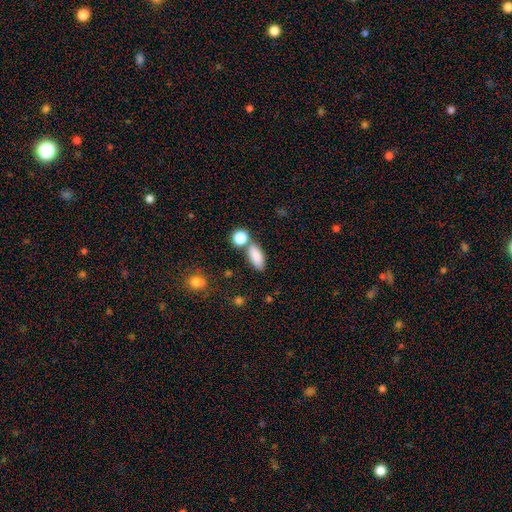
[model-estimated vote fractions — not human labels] Q: Smooth or featured?
A: smooth (85%); runner-up: star or artifact (9%)
Q: How rounded?
A: in between (80%); runner-up: cigar-shaped (14%)
Q: Merging?
A: none (66%); runner-up: merger (18%)